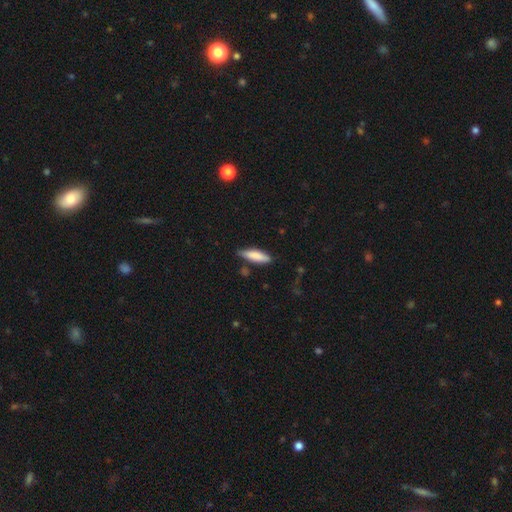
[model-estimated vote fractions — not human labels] This is clearly a smooth galaxy (80%). How rounded: likely cigar-shaped (61%). Merging: likely none (74%).